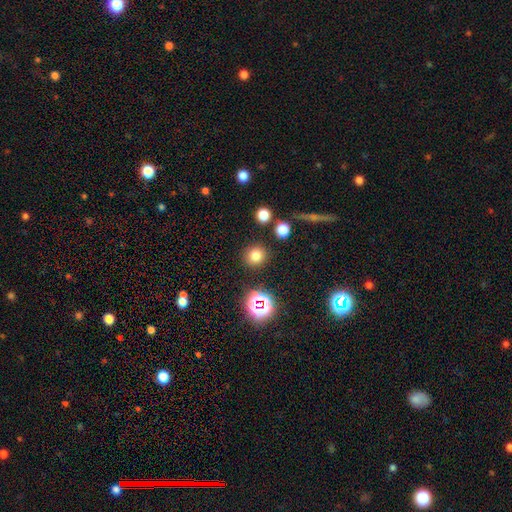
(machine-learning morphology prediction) This appears to be a smooth galaxy with no disk features (75%) that is round (90%). Merging: none (87%).